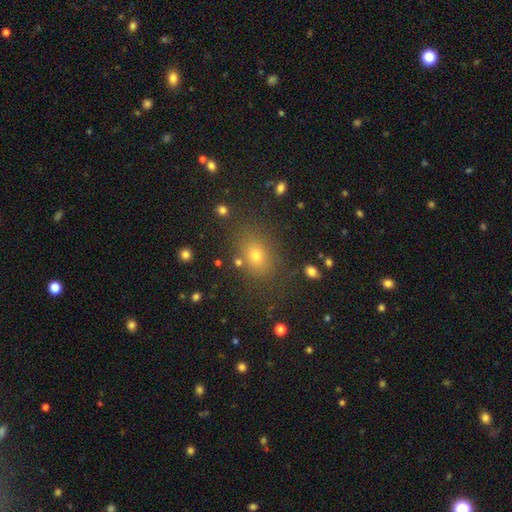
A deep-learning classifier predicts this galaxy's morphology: Smooth or featured? smooth (68%)
How rounded? in between (61%)
Merging? none (80%)